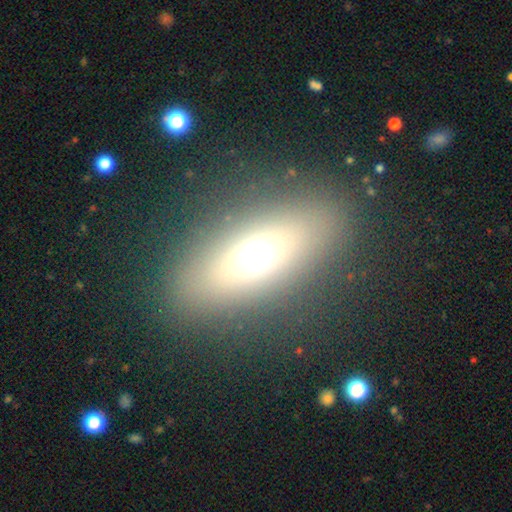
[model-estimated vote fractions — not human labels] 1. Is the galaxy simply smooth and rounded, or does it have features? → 56% smooth, 30% featured or disk, 14% star or artifact.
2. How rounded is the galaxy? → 71% in between, 18% cigar-shaped, 10% round.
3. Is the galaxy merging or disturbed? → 84% none, 9% minor disturbance, 5% major disturbance, 2% merger.